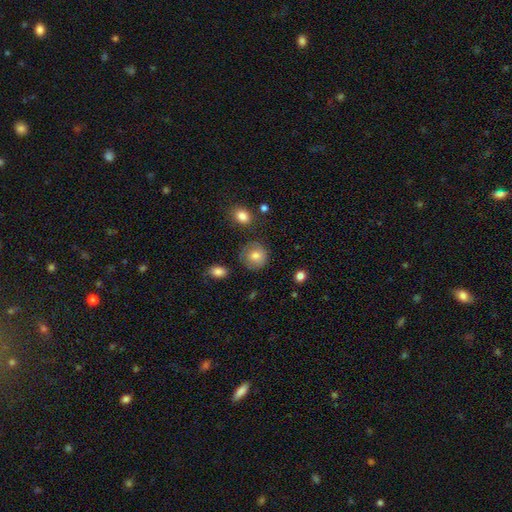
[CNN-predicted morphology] Smooth or featured: smooth — 76% (featured or disk — 15%)
How rounded: round — 87% (in between — 12%)
Merging: none — 76% (minor disturbance — 17%)